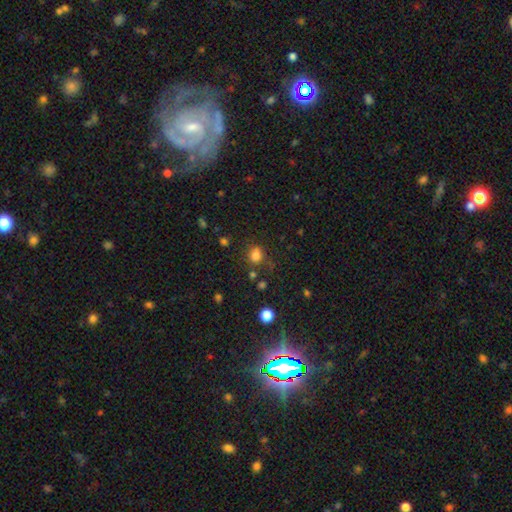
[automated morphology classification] The model was most divided on "how rounded": round: 66%, in between: 33%, cigar-shaped: 1%. More confident: smooth or featured — smooth (80%); merging — none (71%).